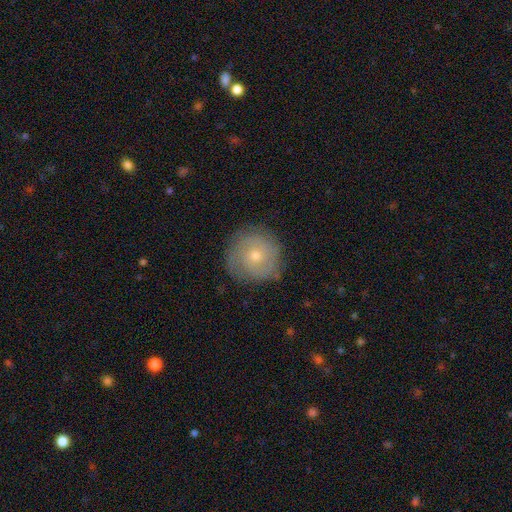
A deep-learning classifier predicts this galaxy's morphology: smooth 47%, featured or disk 44%, star or artifact 9%. Down the decision tree: merging — none (80%).